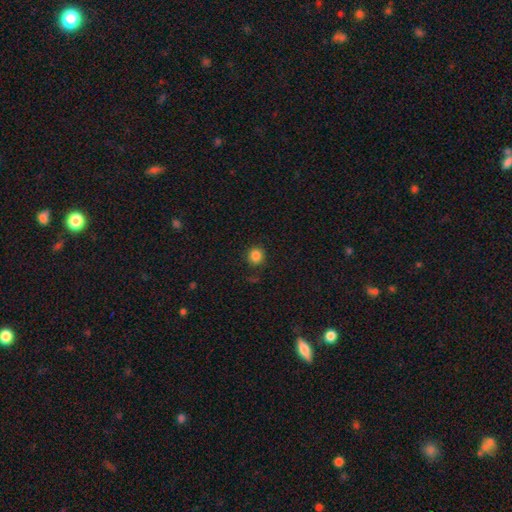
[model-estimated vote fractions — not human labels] Smooth or featured?
  - smooth: 85% *
  - star or artifact: 12%
  - featured or disk: 4%
How rounded?
  - round: 89% *
  - in between: 10%
  - cigar-shaped: 1%
Merging?
  - none: 87% *
  - minor disturbance: 8%
  - major disturbance: 3%
  - merger: 2%